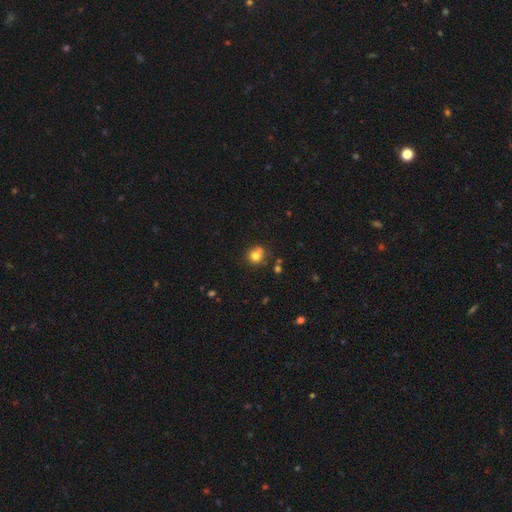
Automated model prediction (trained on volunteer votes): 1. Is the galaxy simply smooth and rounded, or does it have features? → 78% smooth, 12% star or artifact, 10% featured or disk.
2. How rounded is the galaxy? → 83% round, 16% in between, 1% cigar-shaped.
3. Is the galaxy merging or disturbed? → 66% none, 19% minor disturbance, 10% merger, 5% major disturbance.